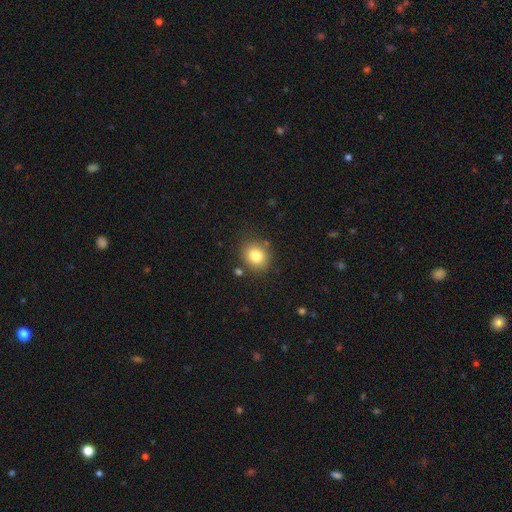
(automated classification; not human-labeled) The model was most divided on "how rounded": round: 70%, in between: 29%, cigar-shaped: 1%. More confident: merging — none (83%); smooth or featured — smooth (81%).